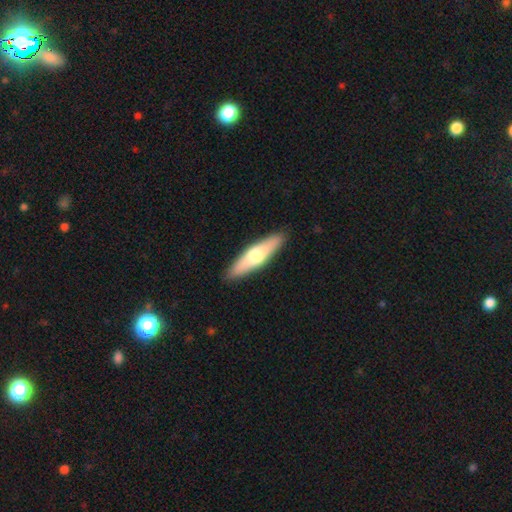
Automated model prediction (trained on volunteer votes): Morphology: type=smooth (56%); roundness=cigar-shaped (70%); merging=none (90%).